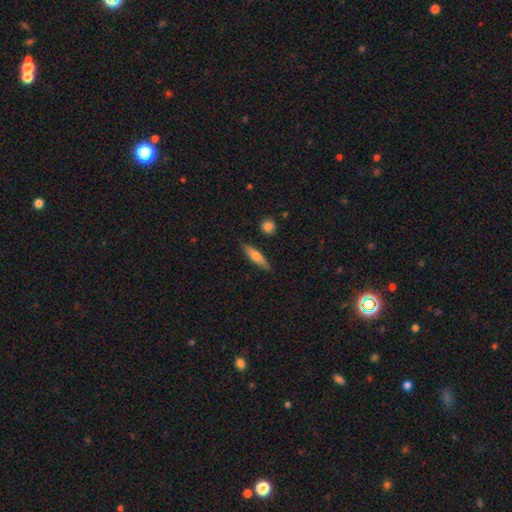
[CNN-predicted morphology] type=smooth (64%); roundness=cigar-shaped (74%); merging=none (84%).